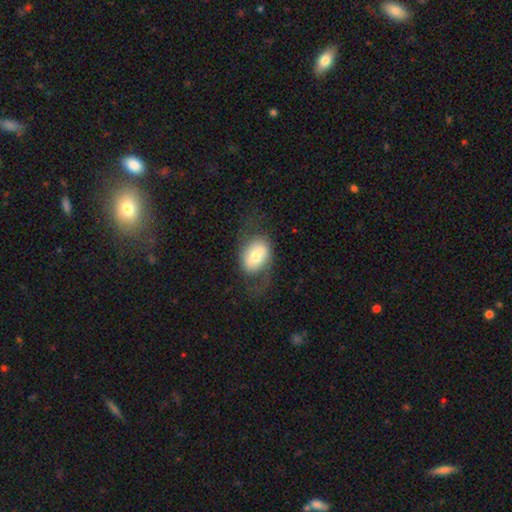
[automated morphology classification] smooth_or_featured: smooth (p=0.52) [alt: featured or disk p=0.41]
how_rounded: in between (p=0.74) [alt: round p=0.24]
merging: none (p=0.59) [alt: major disturbance p=0.20]